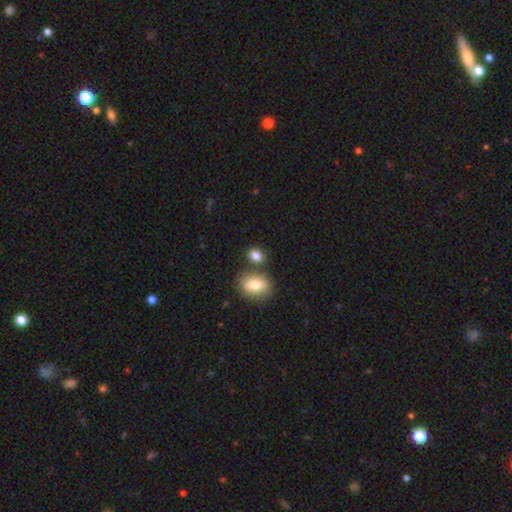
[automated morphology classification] The model was most divided on "how rounded": in between: 55%, round: 43%, cigar-shaped: 2%. More confident: smooth or featured — smooth (83%); merging — none (67%).